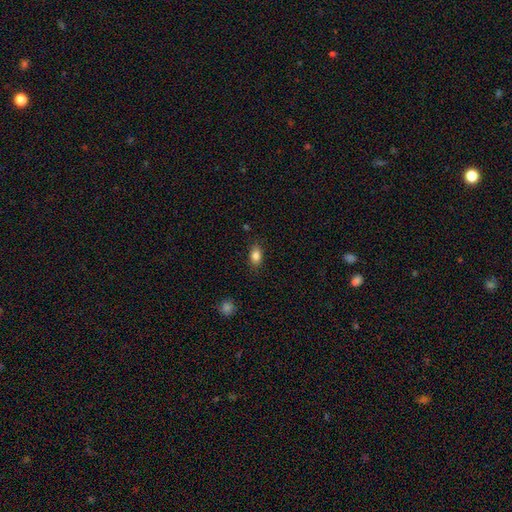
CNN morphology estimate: Overall: smooth (84%). How rounded: in between (85%). Merging: none (85%).